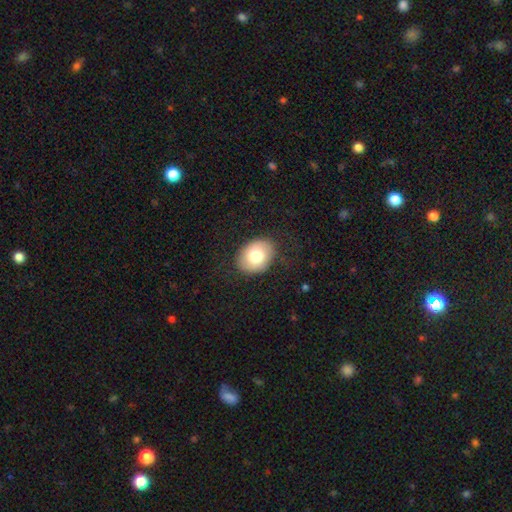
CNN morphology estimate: Smooth or featured?
  - smooth: 77% *
  - featured or disk: 16%
  - star or artifact: 7%
How rounded?
  - in between: 68% *
  - round: 31%
  - cigar-shaped: 1%
Merging?
  - none: 83% *
  - minor disturbance: 12%
  - major disturbance: 4%
  - merger: 1%